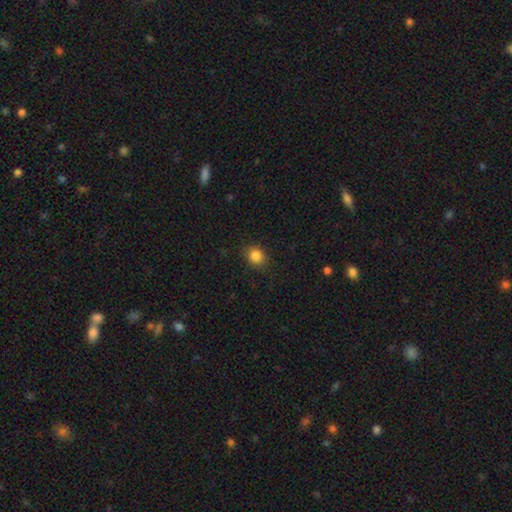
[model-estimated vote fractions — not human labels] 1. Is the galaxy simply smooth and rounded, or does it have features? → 85% smooth, 11% star or artifact, 4% featured or disk.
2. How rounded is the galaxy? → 69% round, 30% in between, 1% cigar-shaped.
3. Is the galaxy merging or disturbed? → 86% none, 10% minor disturbance, 3% major disturbance, 1% merger.